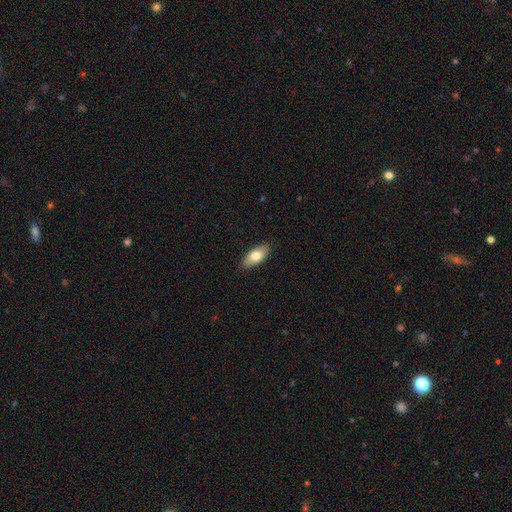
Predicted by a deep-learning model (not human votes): smooth 76%, featured or disk 18%, star or artifact 6%. Down the decision tree: how rounded — in between (88%); merging — none (88%).